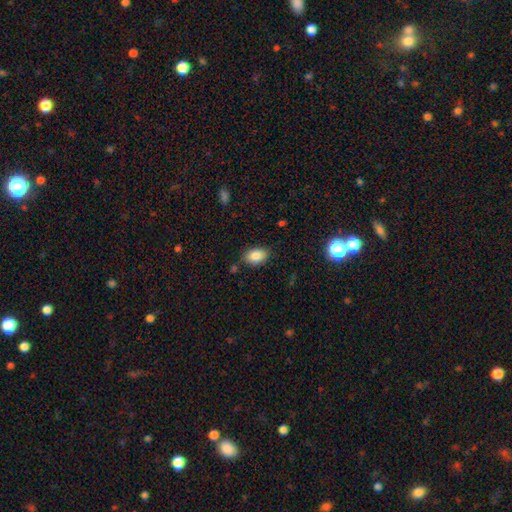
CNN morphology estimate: This appears to be a smooth galaxy with no disk features (86%) that is in between round and cigar-shaped (86%). Merging: none (82%).